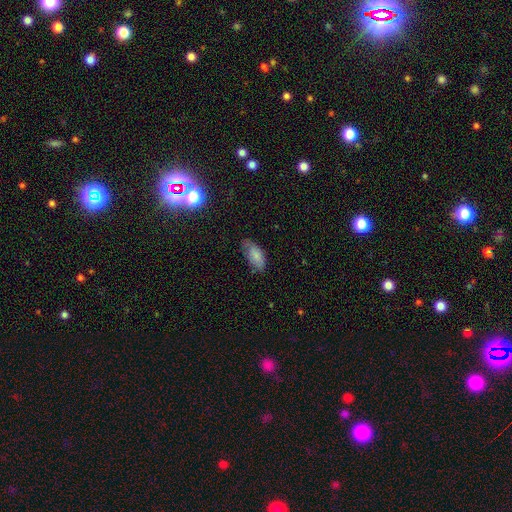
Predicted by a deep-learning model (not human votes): Smooth or featured?
  - smooth: 79% *
  - featured or disk: 14%
  - star or artifact: 7%
How rounded?
  - in between: 90% *
  - cigar-shaped: 8%
  - round: 2%
Merging?
  - none: 61% *
  - minor disturbance: 30%
  - major disturbance: 7%
  - merger: 2%